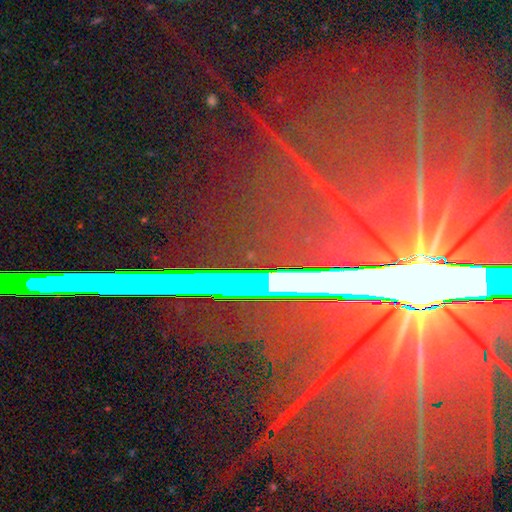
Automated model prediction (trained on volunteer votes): Q: Smooth or featured?
A: star or artifact (84%); runner-up: featured or disk (11%)